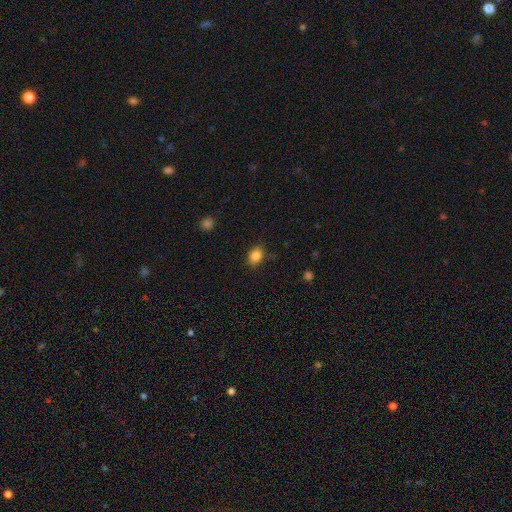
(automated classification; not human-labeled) Overall: smooth (85%). How rounded: in between (69%; round 30%). Merging: none (83%).